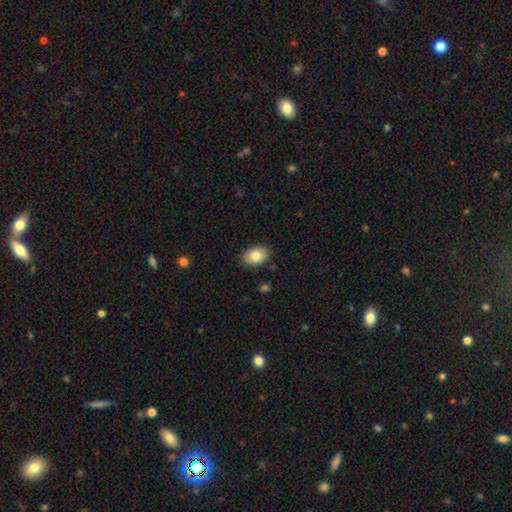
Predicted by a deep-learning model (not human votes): smooth-or-featured: smooth: 82% | featured or disk: 10% | star or artifact: 7%
  how-rounded: in between: 87% | round: 12% | cigar-shaped: 1%
  merging: none: 86% | minor disturbance: 10% | major disturbance: 2% | merger: 1%